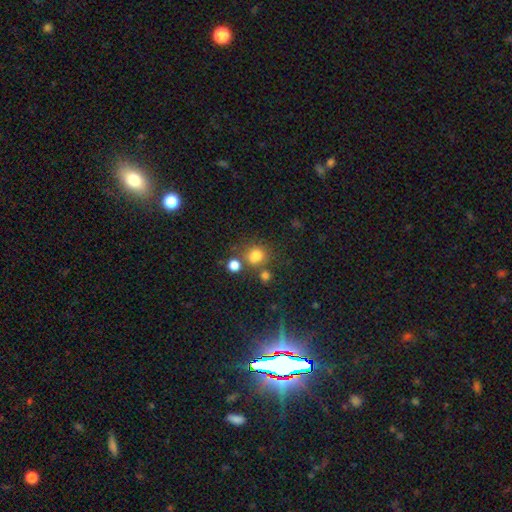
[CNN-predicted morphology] Smooth or featured?
  - smooth: 76% *
  - star or artifact: 17%
  - featured or disk: 8%
How rounded?
  - round: 77% *
  - in between: 22%
  - cigar-shaped: 1%
Merging?
  - none: 63% *
  - merger: 18%
  - minor disturbance: 13%
  - major disturbance: 6%